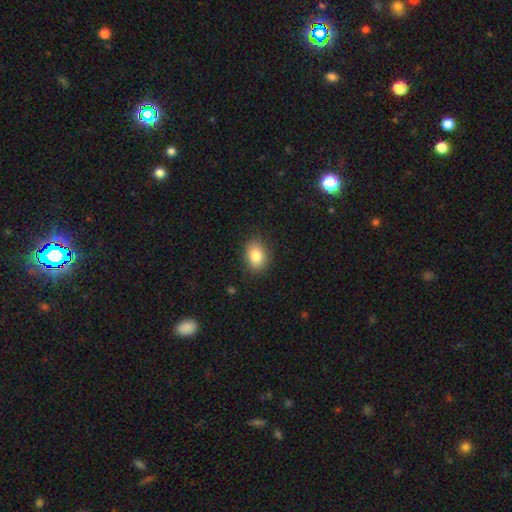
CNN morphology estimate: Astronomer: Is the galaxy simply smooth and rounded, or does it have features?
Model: smooth — 85%.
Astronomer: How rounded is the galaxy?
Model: in between — 74%.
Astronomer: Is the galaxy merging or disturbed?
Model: none — 85%.